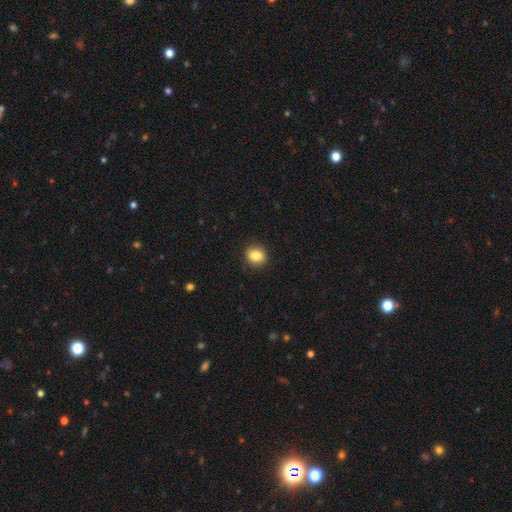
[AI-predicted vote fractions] Smooth or featured?
  - smooth: 86% *
  - star or artifact: 9%
  - featured or disk: 5%
How rounded?
  - round: 68% *
  - in between: 31%
  - cigar-shaped: 1%
Merging?
  - none: 89% *
  - minor disturbance: 8%
  - major disturbance: 2%
  - merger: 1%